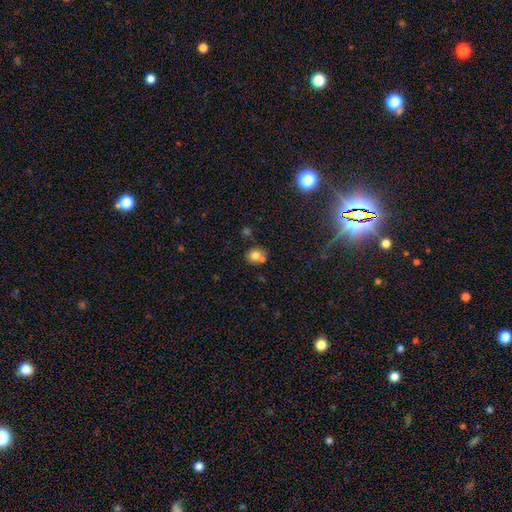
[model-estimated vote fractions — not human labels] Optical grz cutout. It shows a smooth galaxy with no disk features (76%) that is round (75%). Merging: none (55%).